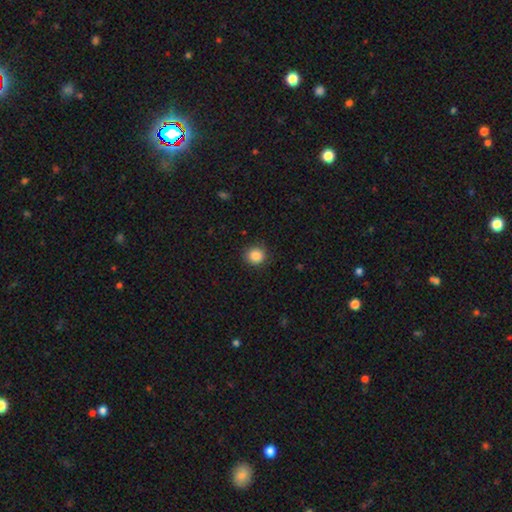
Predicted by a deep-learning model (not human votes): smooth-or-featured: smooth: 86% | star or artifact: 10% | featured or disk: 4%
  how-rounded: round: 90% | in between: 10% | cigar-shaped: 1%
  merging: none: 87% | minor disturbance: 9% | major disturbance: 3% | merger: 1%